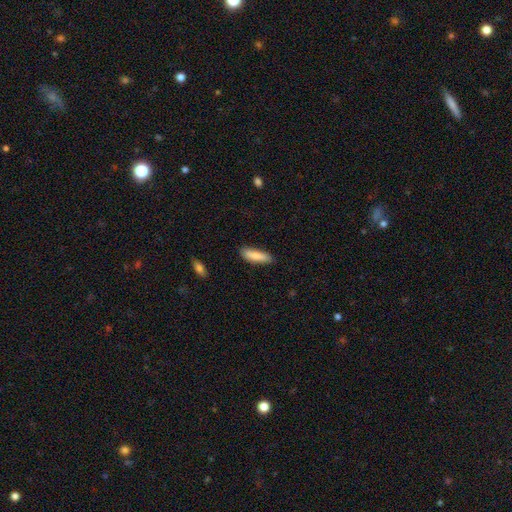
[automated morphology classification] smooth-or-featured: smooth: 85% | featured or disk: 9% | star or artifact: 6%
  how-rounded: cigar-shaped: 59% | in between: 40% | round: 1%
  merging: none: 84% | minor disturbance: 12% | major disturbance: 2% | merger: 1%